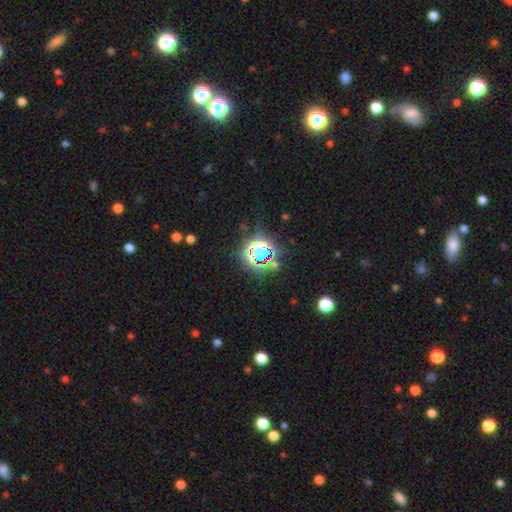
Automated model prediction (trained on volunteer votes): A star or artifact, not a galaxy (69%).

Vote fractions:
- Smooth or featured? star or artifact: 69% / smooth: 21% / featured or disk: 10%